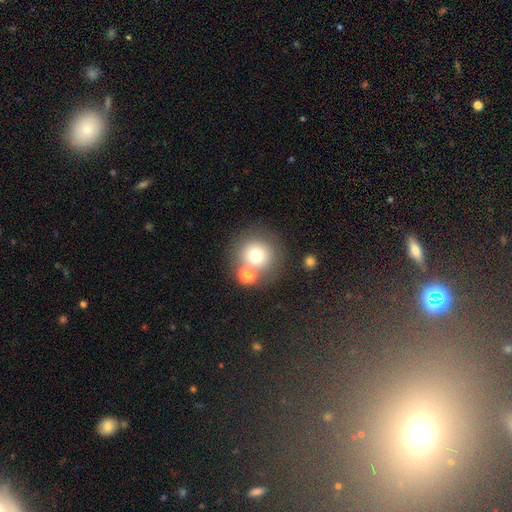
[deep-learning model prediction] The model was most divided on "merging": none: 65%, merger: 20%, minor disturbance: 10%, major disturbance: 5%. More confident: how rounded — round (93%); smooth or featured — smooth (71%).